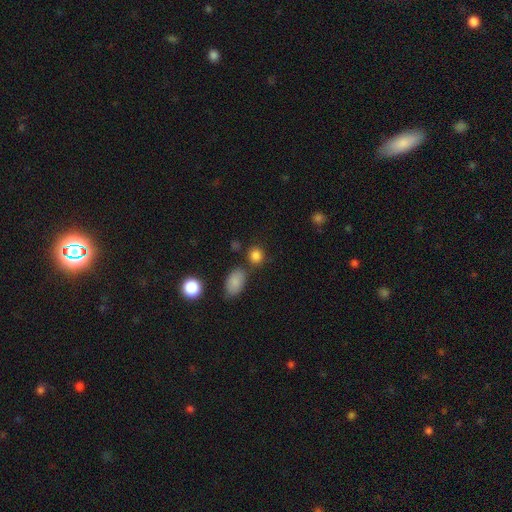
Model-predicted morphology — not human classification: Smooth or featured?
  - smooth: 84% *
  - star or artifact: 12%
  - featured or disk: 5%
How rounded?
  - round: 77% *
  - in between: 21%
  - cigar-shaped: 1%
Merging?
  - none: 73% *
  - merger: 12%
  - minor disturbance: 11%
  - major disturbance: 4%